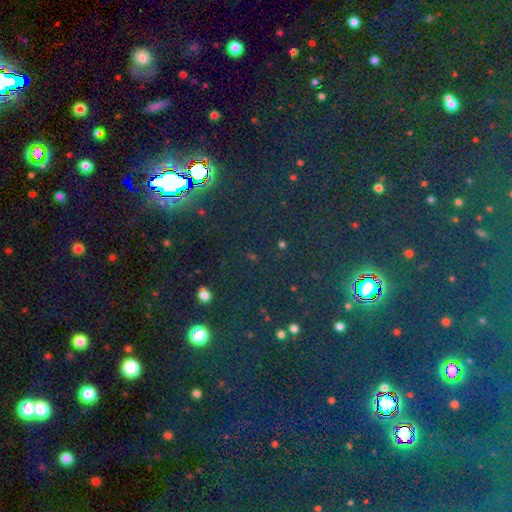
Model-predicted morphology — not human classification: type=star or artifact (79%).